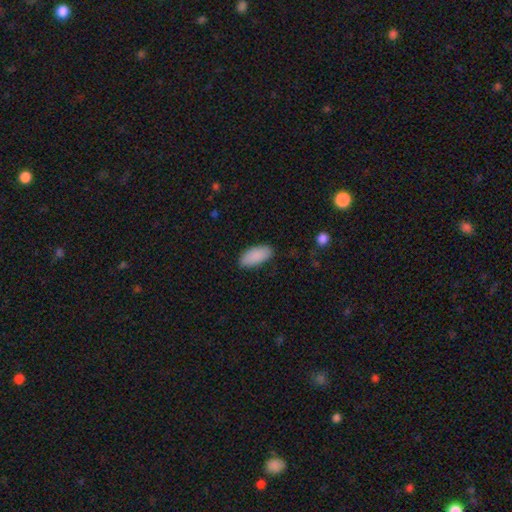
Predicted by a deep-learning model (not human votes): Morphology: type=smooth (90%); roundness=in between (90%); merging=none (86%).